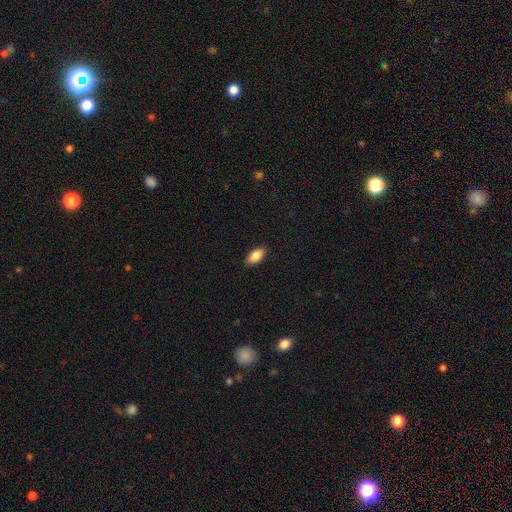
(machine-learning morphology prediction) Smooth or featured: smooth — 86% (star or artifact — 7%)
How rounded: in between — 91% (cigar-shaped — 6%)
Merging: none — 88% (minor disturbance — 9%)